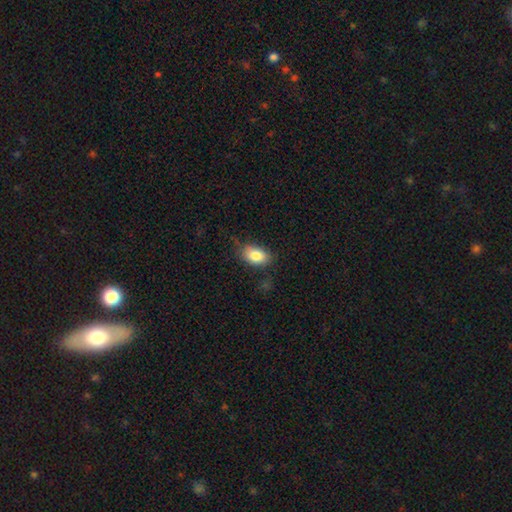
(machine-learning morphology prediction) smooth 83%, featured or disk 9%, star or artifact 8%. Down the decision tree: how rounded — in between (87%); merging — none (75%).